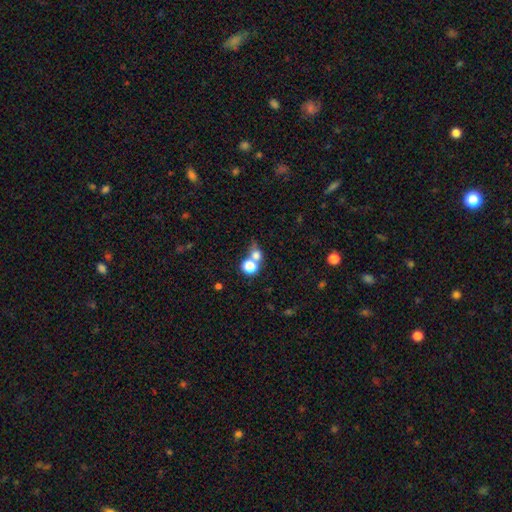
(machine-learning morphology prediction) smooth-or-featured: smooth: 69% | star or artifact: 19% | featured or disk: 12%
  how-rounded: round: 74% | in between: 24% | cigar-shaped: 2%
  merging: merger: 45% | none: 42% | minor disturbance: 8% | major disturbance: 5%